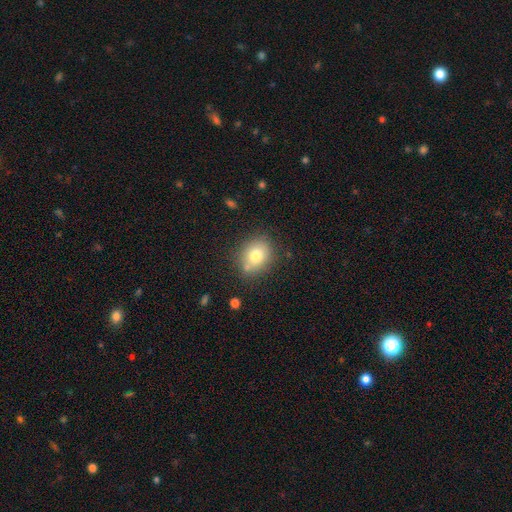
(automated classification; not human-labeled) The model was most divided on "how rounded": round: 53%, in between: 46%, cigar-shaped: 1%. More confident: smooth or featured — smooth (76%); merging — none (74%).